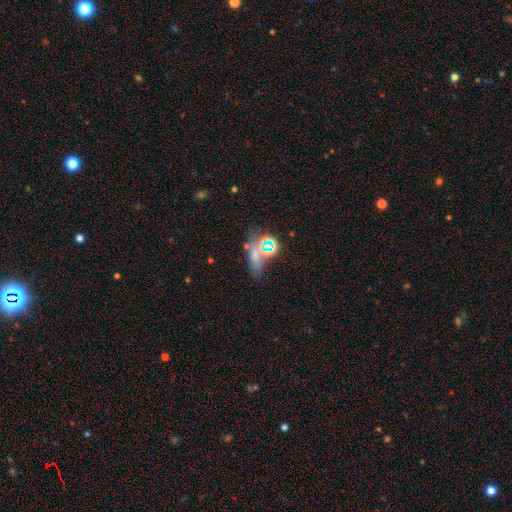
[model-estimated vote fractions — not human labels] A star or artifact, not a galaxy (50%).